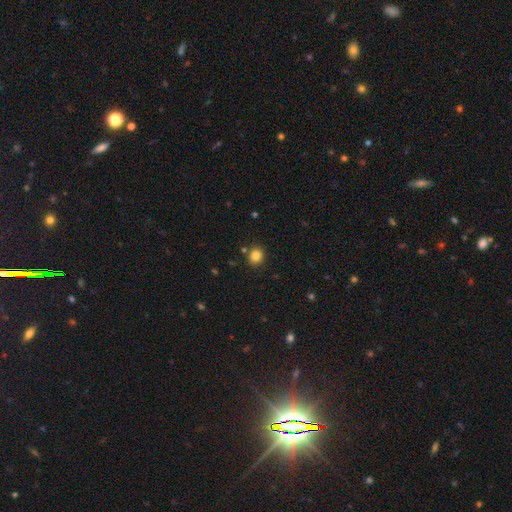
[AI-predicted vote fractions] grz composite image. It shows a smooth galaxy with no disk features (83%) that is round (75%). Merging: none (85%).